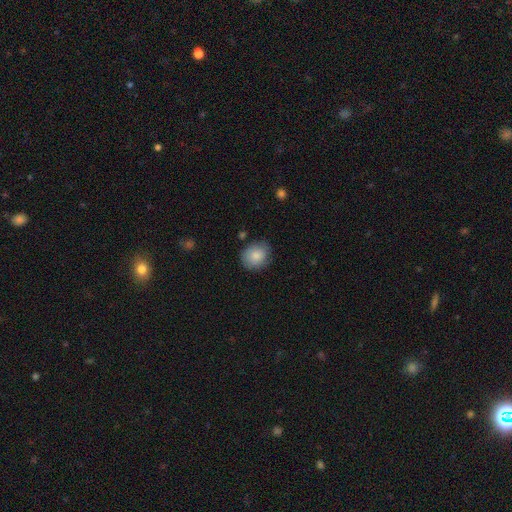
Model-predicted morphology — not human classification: smooth-or-featured: smooth: 84% | featured or disk: 9% | star or artifact: 7%
  how-rounded: round: 64% | in between: 35% | cigar-shaped: 1%
  merging: none: 76% | minor disturbance: 18% | major disturbance: 4% | merger: 2%